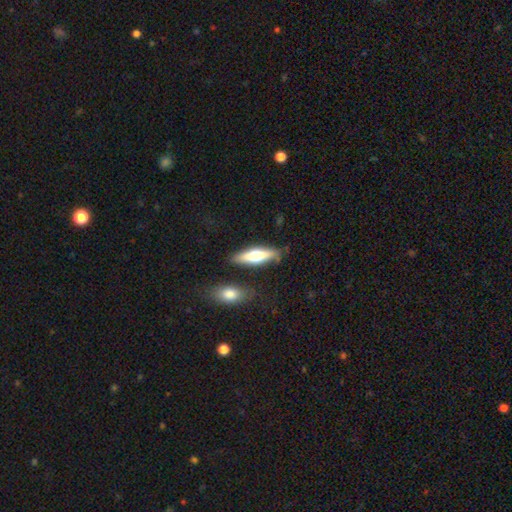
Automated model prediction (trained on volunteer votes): Smooth or featured: smooth — 55% (featured or disk — 40%)
How rounded: cigar-shaped — 58% (in between — 40%)
Merging: none — 79% (minor disturbance — 13%)